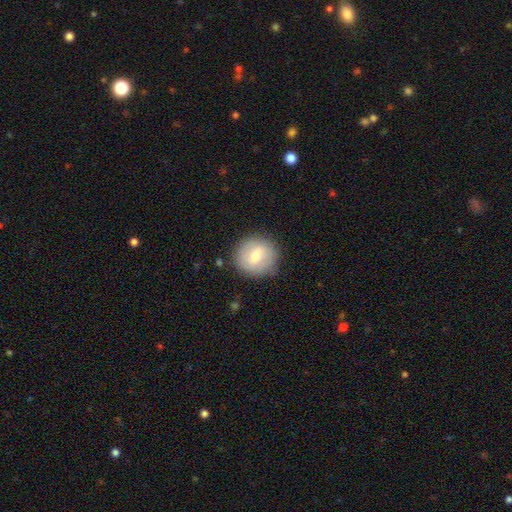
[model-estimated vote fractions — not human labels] Smooth or featured? smooth (67%)
How rounded? round (91%)
Merging? none (86%)